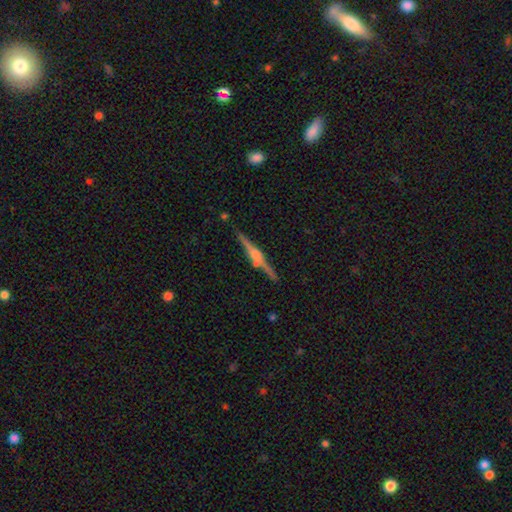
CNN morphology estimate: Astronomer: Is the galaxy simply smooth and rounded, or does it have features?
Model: featured or disk — 76%.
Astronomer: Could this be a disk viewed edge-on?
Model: yes — 98%.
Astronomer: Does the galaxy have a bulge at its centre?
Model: rounded — 70%.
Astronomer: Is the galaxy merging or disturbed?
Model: none — 82%.